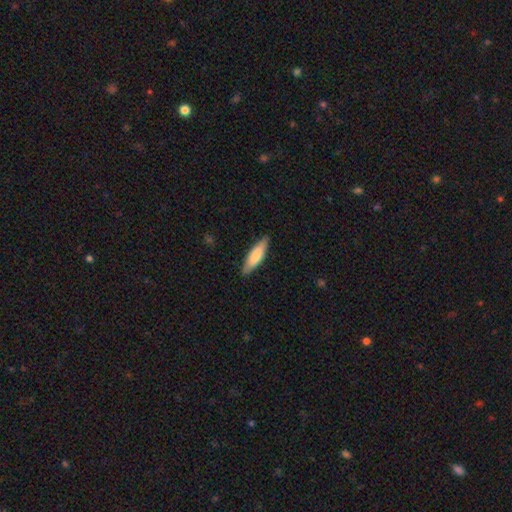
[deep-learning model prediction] Smooth or featured: smooth — 78% (featured or disk — 17%)
How rounded: cigar-shaped — 62% (in between — 36%)
Merging: none — 87% (minor disturbance — 11%)